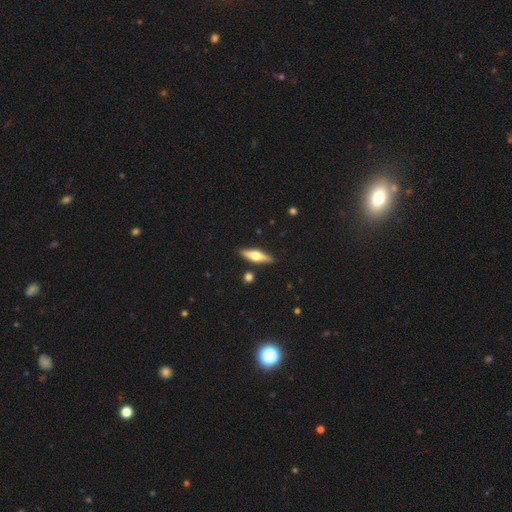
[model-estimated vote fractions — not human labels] This is possibly a featured or disk galaxy (58%). It is clearly viewed edge-on (94%). Edge-on bulge: clearly rounded (94%). Merging: clearly none (88%).